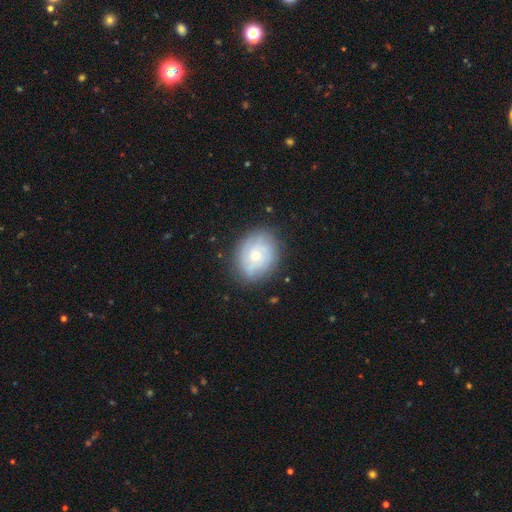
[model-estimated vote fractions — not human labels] A featured or disk galaxy (48%). Merging: none (80%).